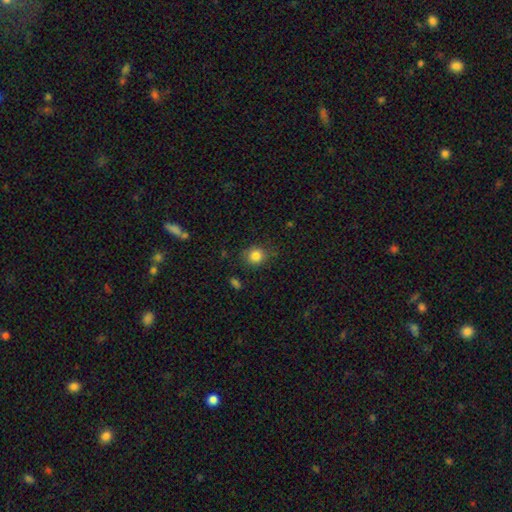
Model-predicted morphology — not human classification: Q: Smooth or featured?
A: smooth (84%); runner-up: star or artifact (10%)
Q: How rounded?
A: round (82%); runner-up: in between (17%)
Q: Merging?
A: none (81%); runner-up: minor disturbance (13%)